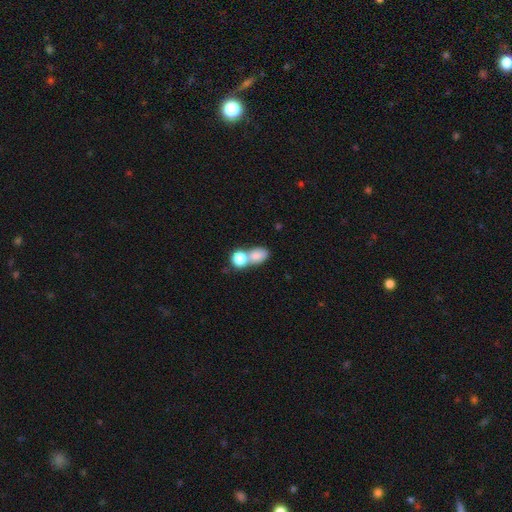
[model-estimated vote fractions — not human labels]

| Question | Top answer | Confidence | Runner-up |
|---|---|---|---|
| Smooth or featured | smooth | 78% | featured or disk (12%) |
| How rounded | in between | 63% | round (35%) |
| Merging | merger | 54% | none (33%) |